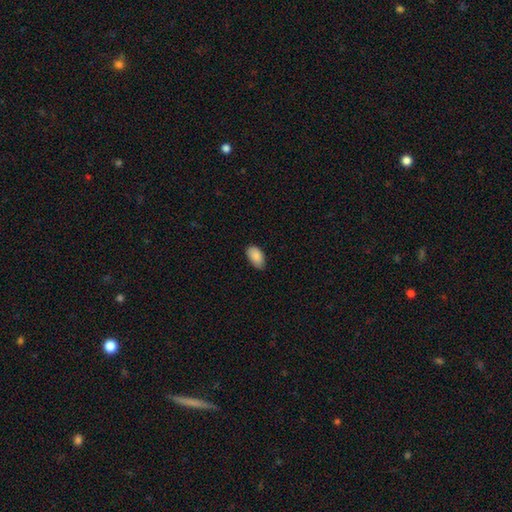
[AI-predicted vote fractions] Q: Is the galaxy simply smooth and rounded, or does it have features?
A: smooth — 88%.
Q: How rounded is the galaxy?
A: in between — 94%.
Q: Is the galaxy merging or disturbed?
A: none — 73%.